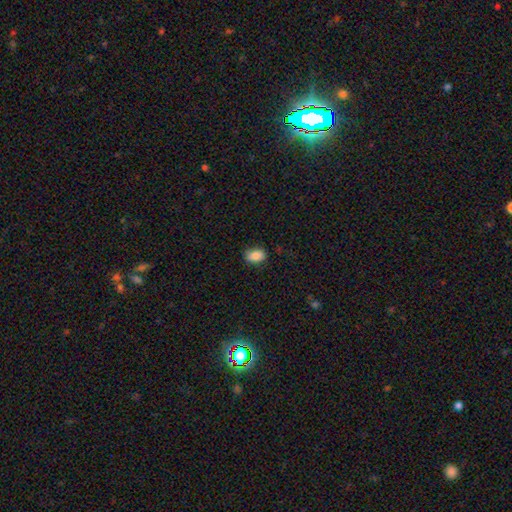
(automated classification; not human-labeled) The model was most divided on "merging": none: 83%, minor disturbance: 13%, major disturbance: 3%, merger: 1%. More confident: smooth or featured — smooth (88%); how rounded — in between (86%).